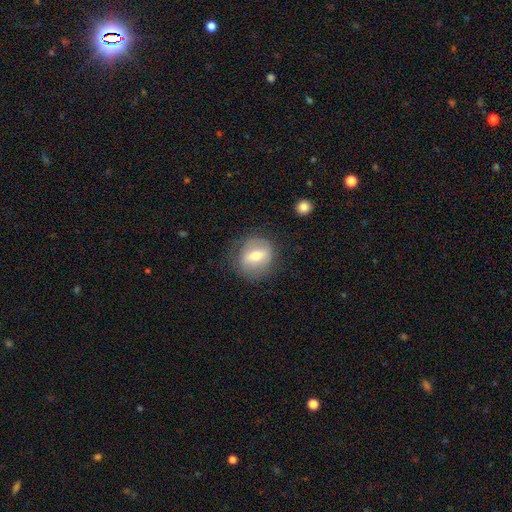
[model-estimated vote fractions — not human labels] This is possibly a featured or disk galaxy (49%). Merging: likely none (76%).